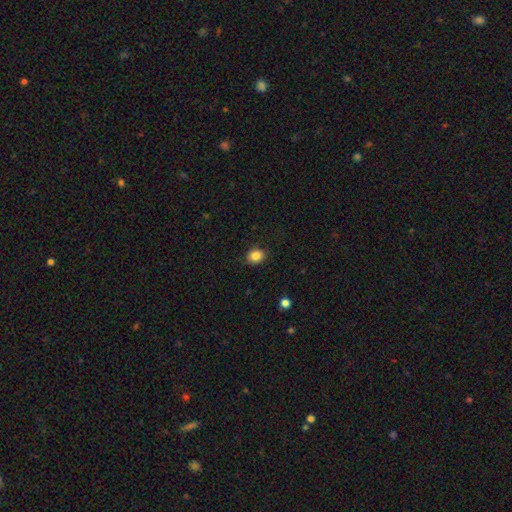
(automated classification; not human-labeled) Morphology: type=smooth (85%); roundness=round (59%); merging=none (87%).